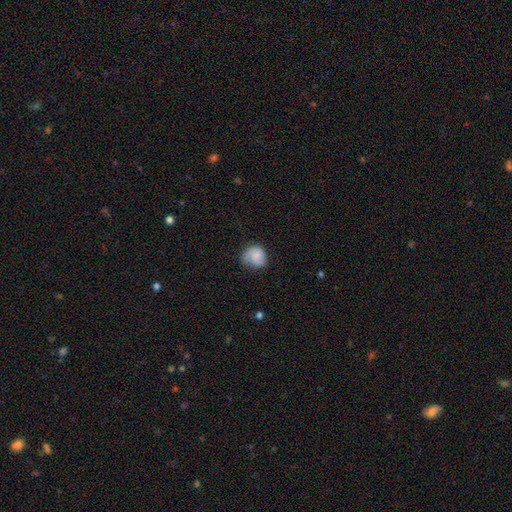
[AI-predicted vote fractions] smooth-or-featured: smooth: 64% | featured or disk: 28% | star or artifact: 8%
  how-rounded: round: 70% | in between: 29% | cigar-shaped: 1%
  merging: none: 53% | minor disturbance: 32% | major disturbance: 13% | merger: 2%